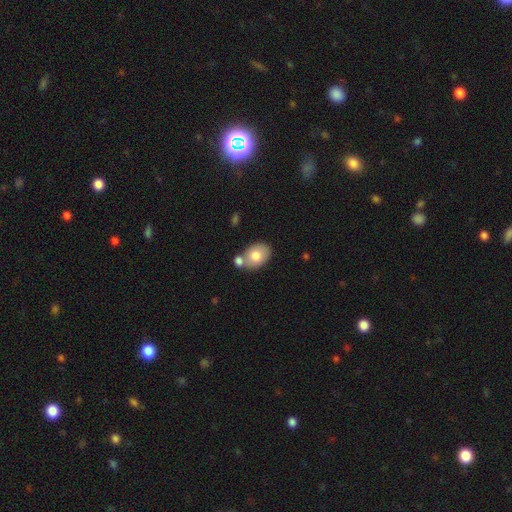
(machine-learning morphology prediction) Smooth or featured? smooth (76%)
How rounded? in between (79%)
Merging? none (53%)